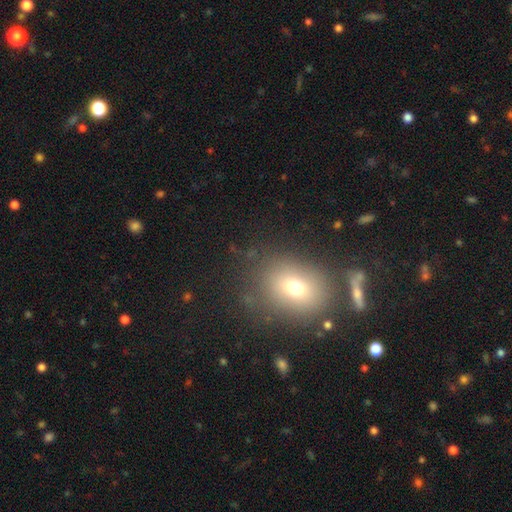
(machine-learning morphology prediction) type=smooth (55%); roundness=round (55%); merging=none (73%).